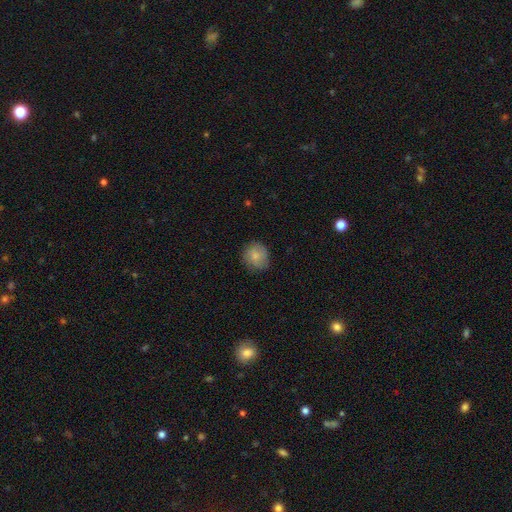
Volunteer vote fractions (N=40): Q: Smooth or featured?
A: smooth (78%); runner-up: star or artifact (12%)
Q: How rounded?
A: round (84%); runner-up: in between (16%)
Q: Merging?
A: none (74%); runner-up: minor disturbance (20%)